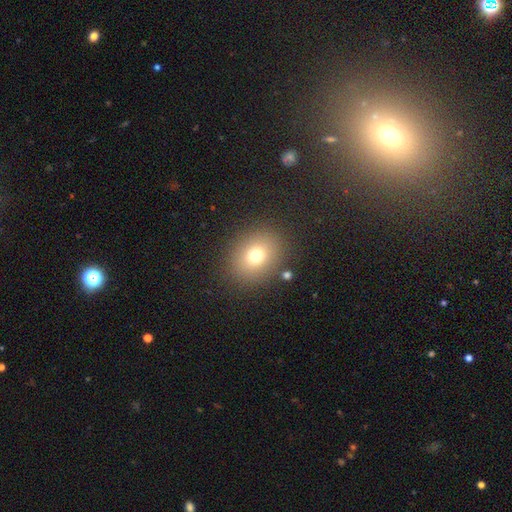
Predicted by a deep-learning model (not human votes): smooth_or_featured: smooth (p=0.74) [alt: star or artifact p=0.14]
how_rounded: round (p=0.59) [alt: in between p=0.40]
merging: none (p=0.85) [alt: minor disturbance p=0.08]